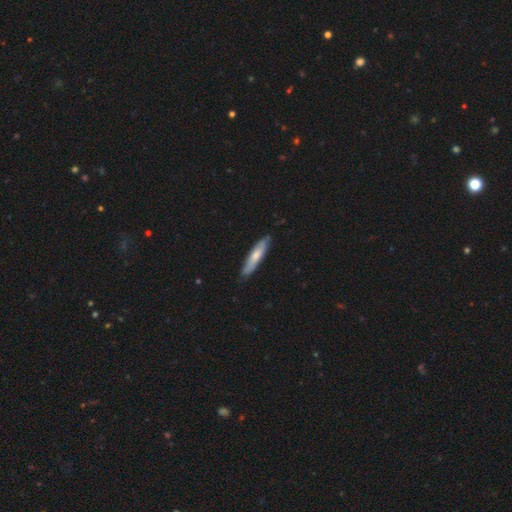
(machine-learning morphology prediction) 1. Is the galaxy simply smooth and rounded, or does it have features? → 63% smooth, 32% featured or disk, 5% star or artifact.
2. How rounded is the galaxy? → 82% cigar-shaped, 16% in between, 1% round.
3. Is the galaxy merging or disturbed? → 82% none, 14% minor disturbance, 2% major disturbance, 1% merger.